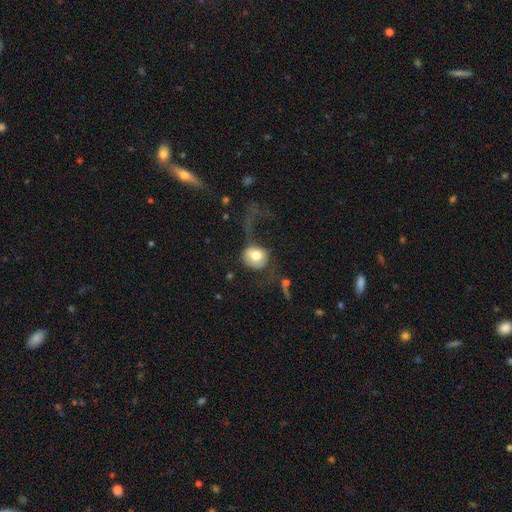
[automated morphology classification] Smooth or featured: smooth — 68% (featured or disk — 24%)
How rounded: round — 75% (in between — 24%)
Merging: major disturbance — 55% (none — 24%)